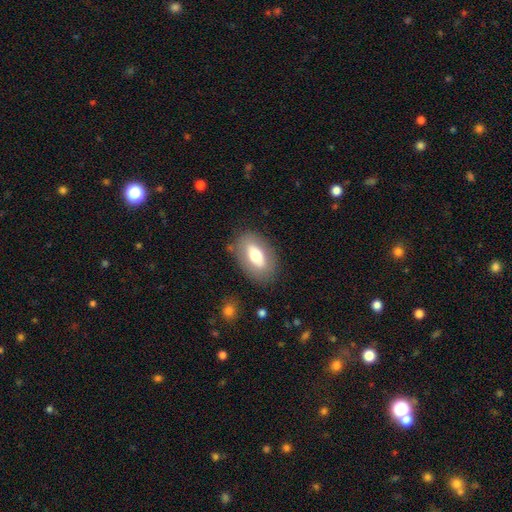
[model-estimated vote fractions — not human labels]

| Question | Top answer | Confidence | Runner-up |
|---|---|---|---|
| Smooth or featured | smooth | 63% | featured or disk (30%) |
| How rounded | in between | 90% | round (6%) |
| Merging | none | 81% | minor disturbance (12%) |